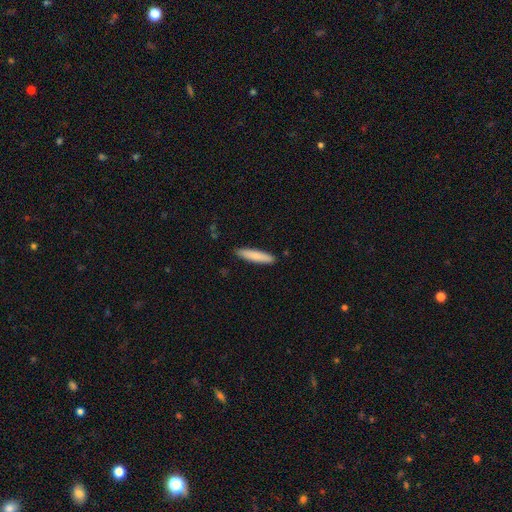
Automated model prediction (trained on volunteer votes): A smooth galaxy with no disk features (82%) that is cigar-shaped (87%). Merging: none (89%).